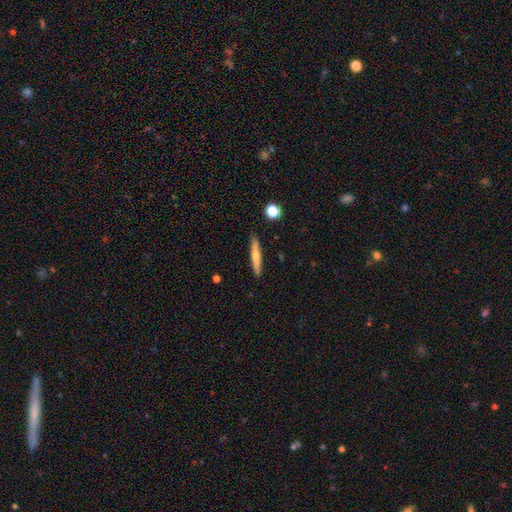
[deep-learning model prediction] Smooth or featured? Predicted: smooth (p=0.56). How rounded? Predicted: cigar-shaped (p=0.92). Merging? Predicted: none (p=0.89).